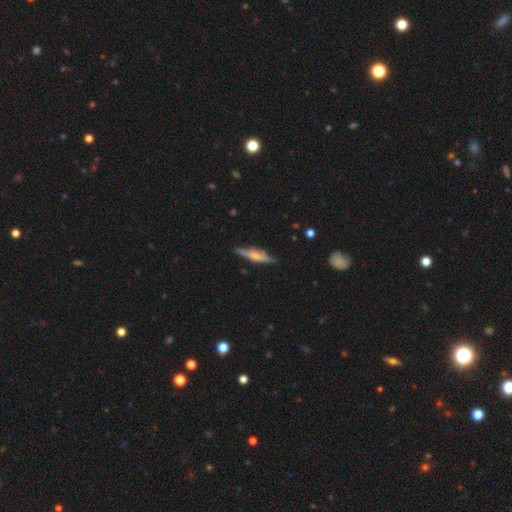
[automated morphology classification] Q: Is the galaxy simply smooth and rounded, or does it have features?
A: featured or disk — 55%.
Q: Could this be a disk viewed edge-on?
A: yes — 95%.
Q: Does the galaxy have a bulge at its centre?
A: rounded — 55%.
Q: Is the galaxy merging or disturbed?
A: none — 84%.